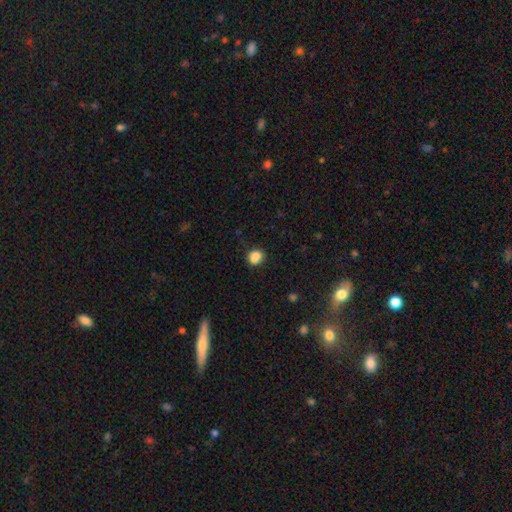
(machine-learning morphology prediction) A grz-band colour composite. It shows a smooth galaxy with no disk features (83%) that is round (67%). Merging: none (64%).